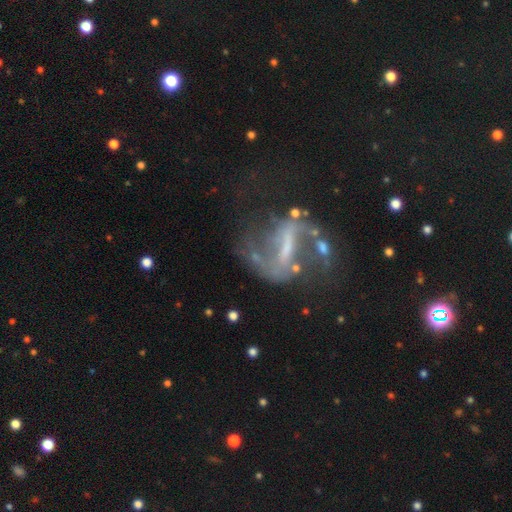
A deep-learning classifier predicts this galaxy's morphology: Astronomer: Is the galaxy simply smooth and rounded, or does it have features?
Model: featured or disk — 82%.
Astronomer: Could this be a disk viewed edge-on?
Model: no — 96%.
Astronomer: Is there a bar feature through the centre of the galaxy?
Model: strong — 60%.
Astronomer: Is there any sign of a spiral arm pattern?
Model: yes — 86%.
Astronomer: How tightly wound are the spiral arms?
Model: loose — 64%.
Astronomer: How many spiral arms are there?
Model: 2 — 85%.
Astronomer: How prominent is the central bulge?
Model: none — 46% (runner-up: small, 29%).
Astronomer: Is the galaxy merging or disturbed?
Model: none — 51%.